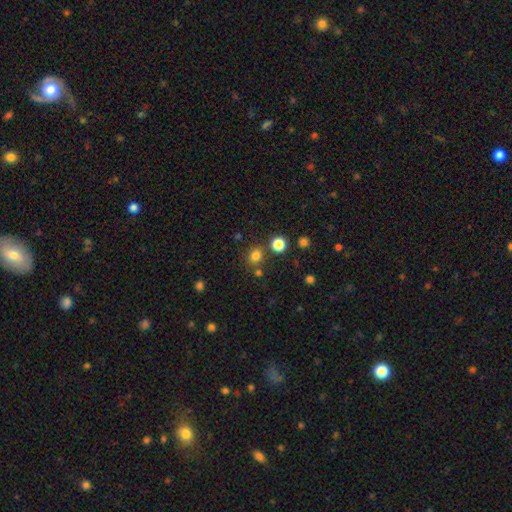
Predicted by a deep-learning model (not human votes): smooth_or_featured: smooth (p=0.78) [alt: star or artifact p=0.16]
how_rounded: round (p=0.71) [alt: in between p=0.28]
merging: none (p=0.78) [alt: merger p=0.09]